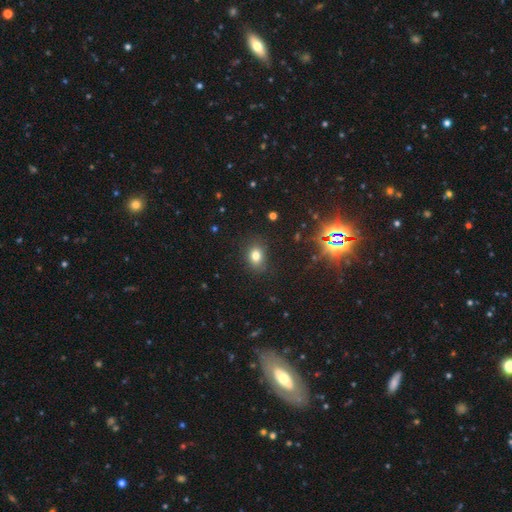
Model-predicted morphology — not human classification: Smooth or featured: smooth — 76% (star or artifact — 16%)
How rounded: in between — 58% (round — 40%)
Merging: none — 82% (minor disturbance — 13%)